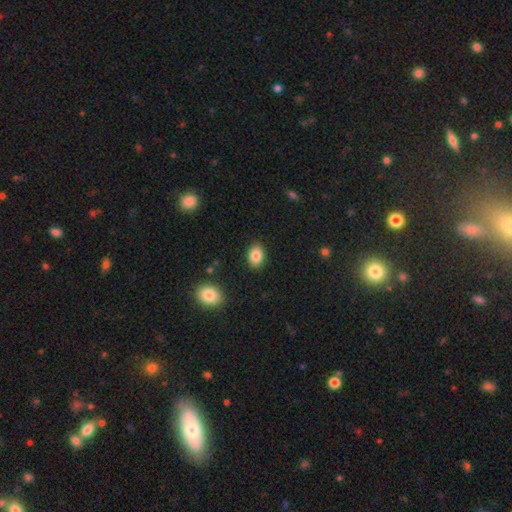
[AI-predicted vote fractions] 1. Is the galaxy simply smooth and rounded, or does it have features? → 86% smooth, 8% star or artifact, 6% featured or disk.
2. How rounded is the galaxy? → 78% in between, 21% round, 1% cigar-shaped.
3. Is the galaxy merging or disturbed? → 87% none, 9% minor disturbance, 2% major disturbance, 1% merger.